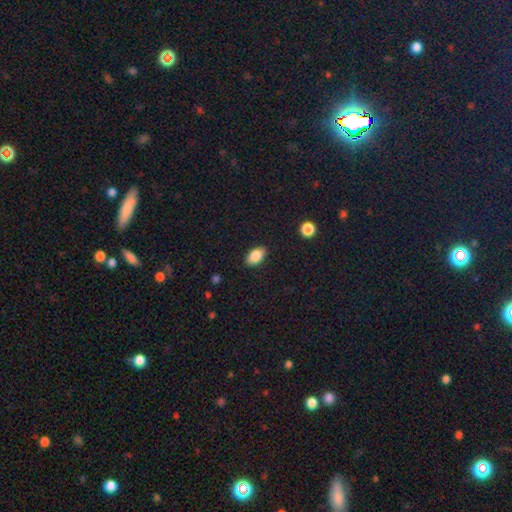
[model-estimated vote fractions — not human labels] Smooth or featured?
  - smooth: 84% *
  - featured or disk: 8%
  - star or artifact: 8%
How rounded?
  - in between: 91% *
  - round: 6%
  - cigar-shaped: 2%
Merging?
  - none: 87% *
  - minor disturbance: 10%
  - major disturbance: 2%
  - merger: 1%